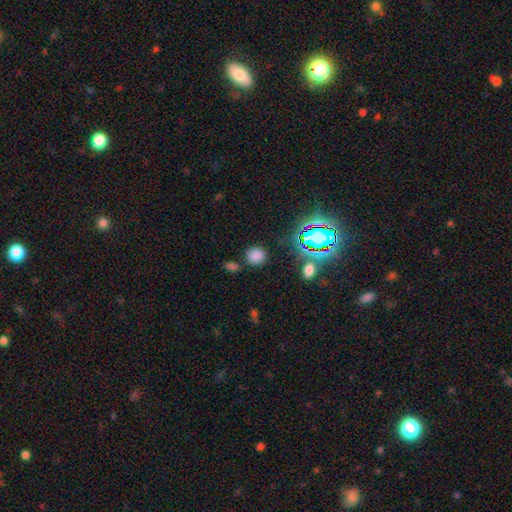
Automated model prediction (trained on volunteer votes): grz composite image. It shows a smooth galaxy with no disk features (73%) that is round (88%). Merging: none (80%).